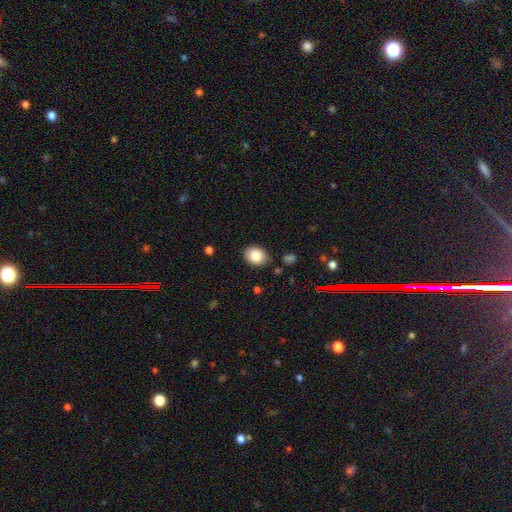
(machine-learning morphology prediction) The model was most divided on "how rounded": in between: 56%, round: 43%, cigar-shaped: 1%. More confident: merging — none (87%); smooth or featured — smooth (83%).